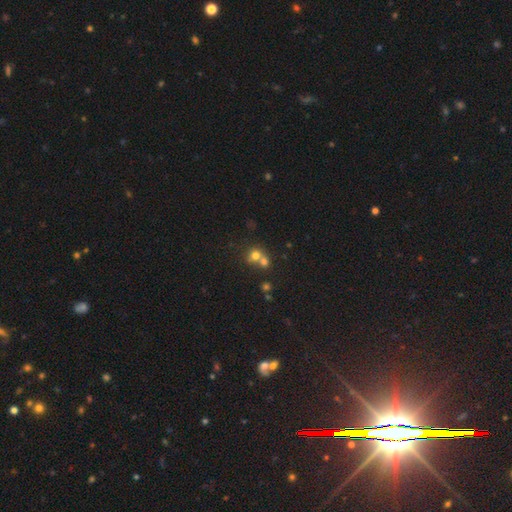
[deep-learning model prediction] This is likely a smooth galaxy (69%). How rounded: clearly round (80%). Merging: possibly merger (54%).